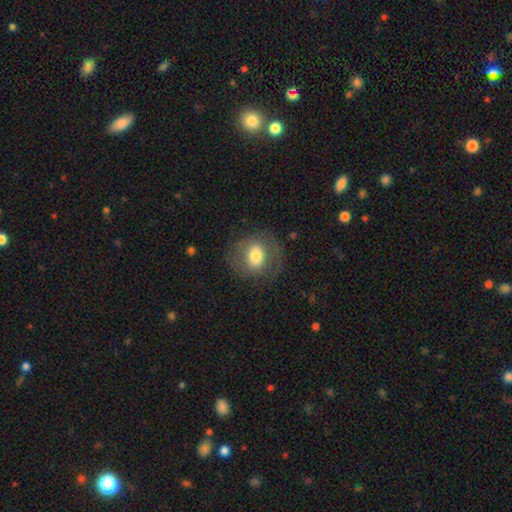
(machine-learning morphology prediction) smooth 62%, featured or disk 30%, star or artifact 8%. Down the decision tree: how rounded — round (64%); merging — none (74%).